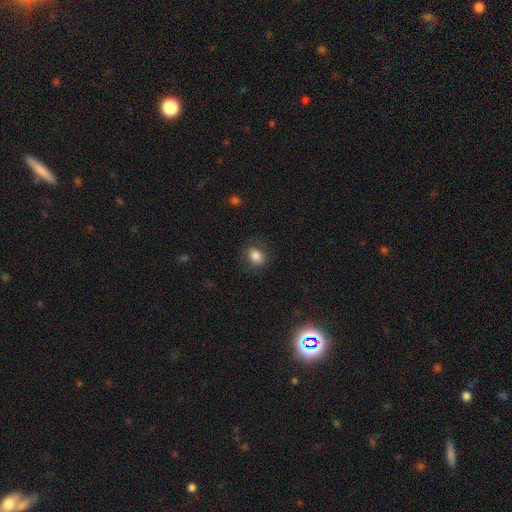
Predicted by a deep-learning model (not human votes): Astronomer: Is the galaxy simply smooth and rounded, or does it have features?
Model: smooth — 83%.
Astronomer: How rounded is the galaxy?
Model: round — 58% (runner-up: in between, 41%).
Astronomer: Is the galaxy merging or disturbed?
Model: none — 80%.